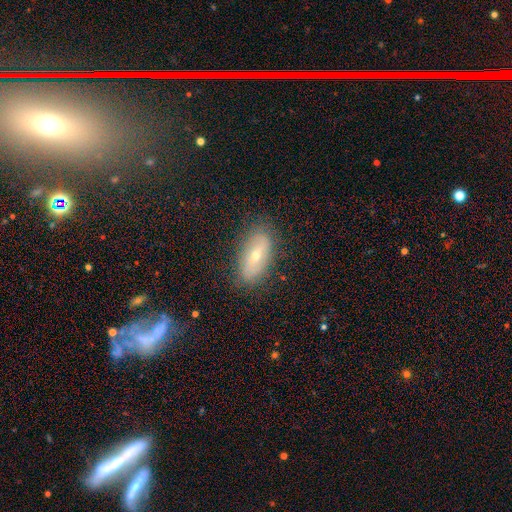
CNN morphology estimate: Overall: featured or disk (47%; smooth 44%). Merging: none (82%).